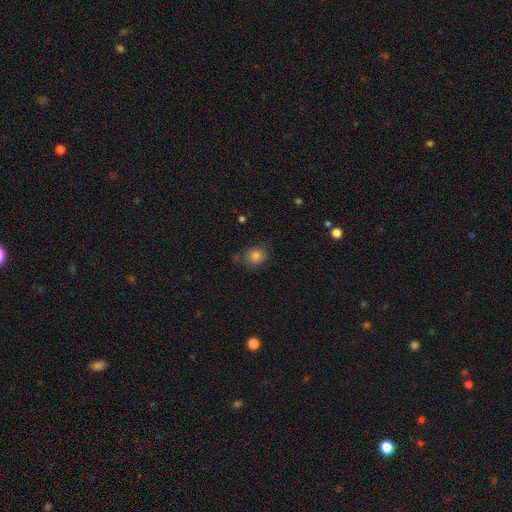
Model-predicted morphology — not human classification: smooth 79%, star or artifact 11%, featured or disk 10%. Down the decision tree: how rounded — round (64%); merging — none (68%).